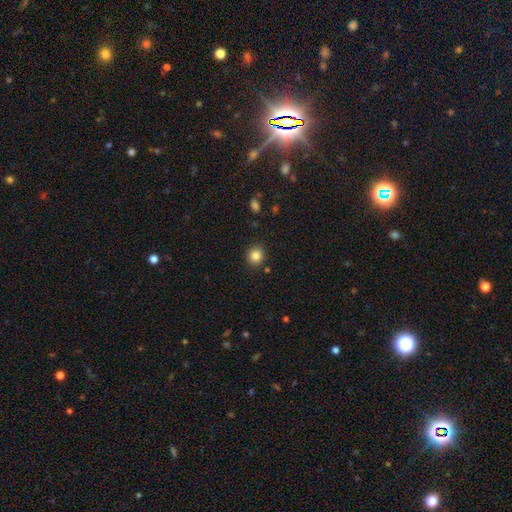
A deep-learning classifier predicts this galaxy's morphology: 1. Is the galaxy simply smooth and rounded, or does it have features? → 84% smooth, 11% star or artifact, 6% featured or disk.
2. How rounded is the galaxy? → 86% round, 13% in between, 1% cigar-shaped.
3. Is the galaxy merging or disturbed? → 89% none, 7% minor disturbance, 2% major disturbance, 2% merger.